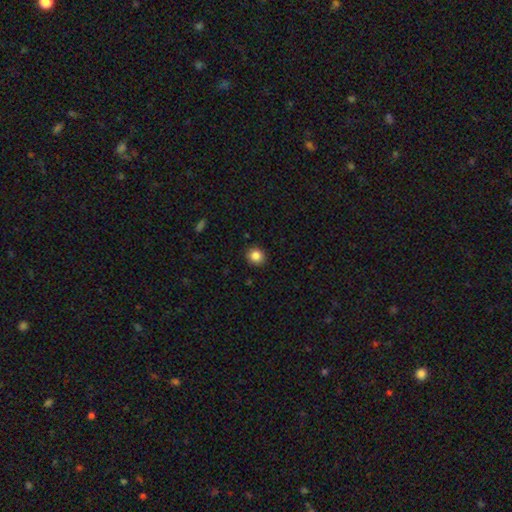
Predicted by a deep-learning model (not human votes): smooth_or_featured: smooth (p=0.86) [alt: star or artifact p=0.10]
how_rounded: round (p=0.85) [alt: in between p=0.14]
merging: none (p=0.91) [alt: minor disturbance p=0.06]